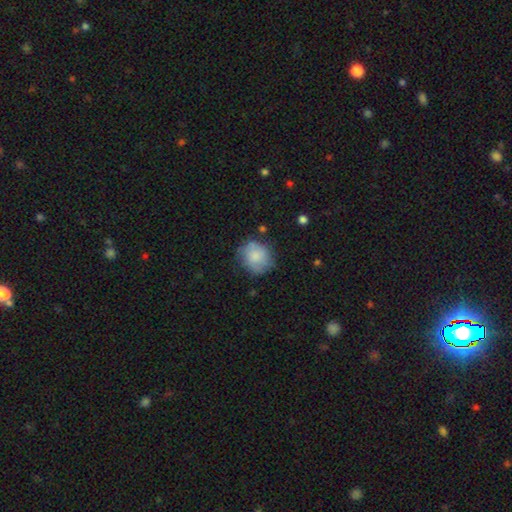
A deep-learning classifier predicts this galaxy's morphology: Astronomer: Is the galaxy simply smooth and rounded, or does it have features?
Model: smooth — 75%.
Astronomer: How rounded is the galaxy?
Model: round — 78%.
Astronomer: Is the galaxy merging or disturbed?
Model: none — 64%.